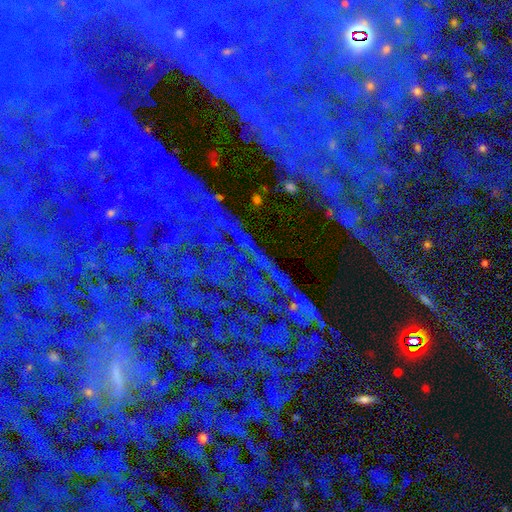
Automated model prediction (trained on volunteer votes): smooth-or-featured: star or artifact: 84% | featured or disk: 9% | smooth: 7%